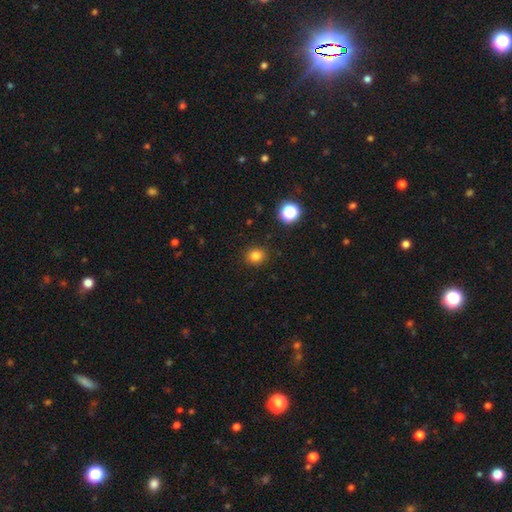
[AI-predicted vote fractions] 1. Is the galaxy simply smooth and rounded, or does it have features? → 81% smooth, 14% star or artifact, 5% featured or disk.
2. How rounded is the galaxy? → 80% round, 20% in between, 1% cigar-shaped.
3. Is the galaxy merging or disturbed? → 90% none, 7% minor disturbance, 2% major disturbance, 1% merger.